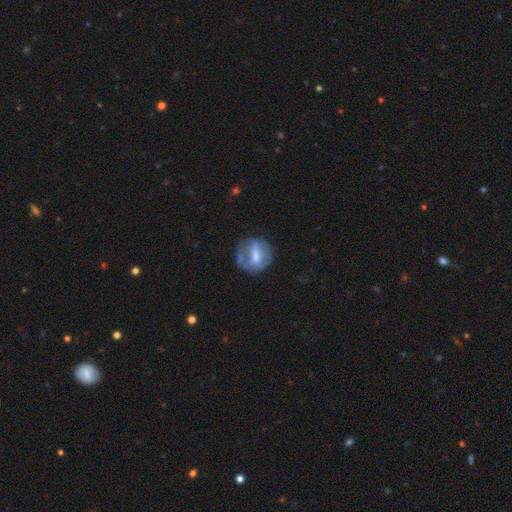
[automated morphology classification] This is possibly a featured or disk galaxy (47%). Merging: possibly none (57%).